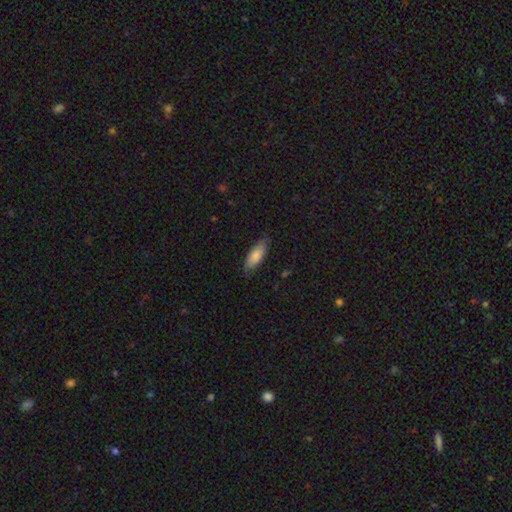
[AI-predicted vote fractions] The model was most divided on "how rounded": in between: 68%, cigar-shaped: 30%, round: 2%. More confident: smooth or featured — smooth (82%); merging — none (79%).